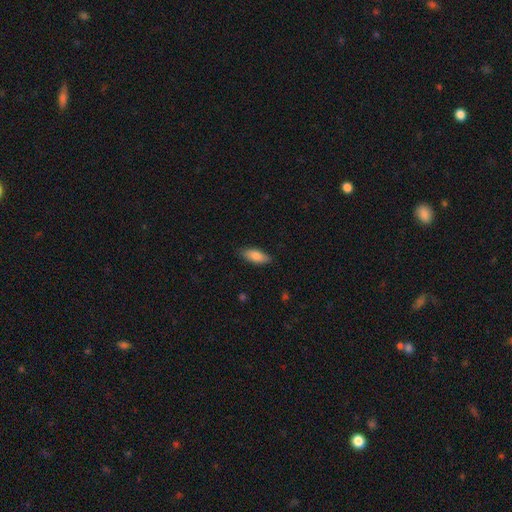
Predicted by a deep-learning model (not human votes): Q: Smooth or featured?
A: smooth (83%); runner-up: featured or disk (11%)
Q: How rounded?
A: in between (76%); runner-up: cigar-shaped (22%)
Q: Merging?
A: none (85%); runner-up: minor disturbance (11%)